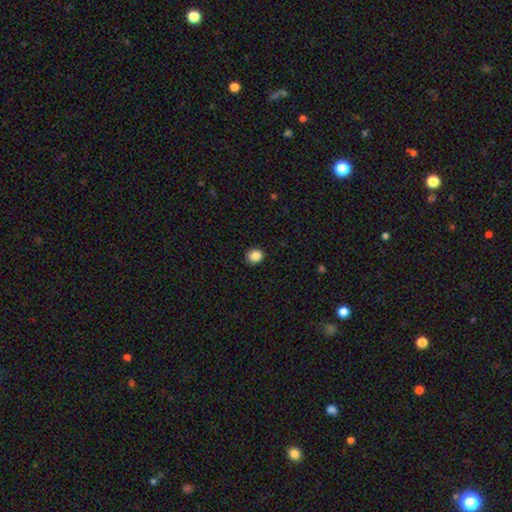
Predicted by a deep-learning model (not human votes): smooth_or_featured: smooth (p=0.86) [alt: star or artifact p=0.10]
how_rounded: round (p=0.80) [alt: in between p=0.19]
merging: none (p=0.91) [alt: minor disturbance p=0.06]